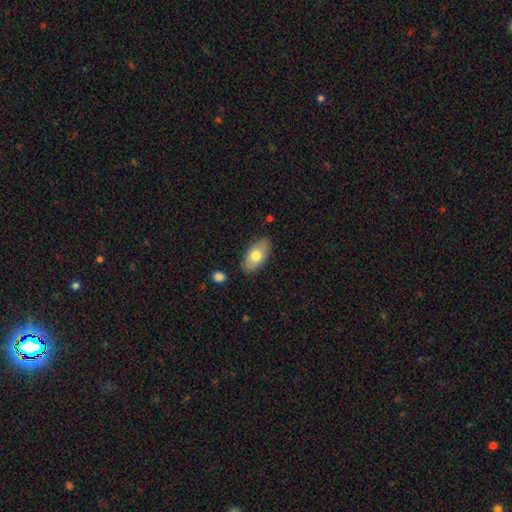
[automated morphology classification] Smooth or featured?
  - smooth: 70% *
  - featured or disk: 23%
  - star or artifact: 6%
How rounded?
  - in between: 92% *
  - round: 4%
  - cigar-shaped: 4%
Merging?
  - none: 83% *
  - minor disturbance: 12%
  - major disturbance: 2%
  - merger: 2%